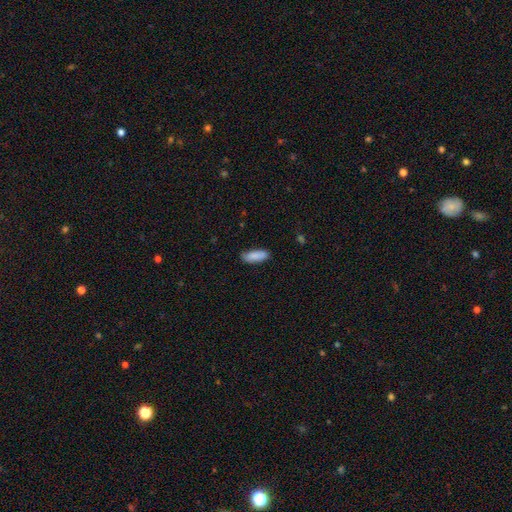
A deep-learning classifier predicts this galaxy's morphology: This is clearly a smooth galaxy (87%). How rounded: likely in between (71%). Merging: clearly none (82%).